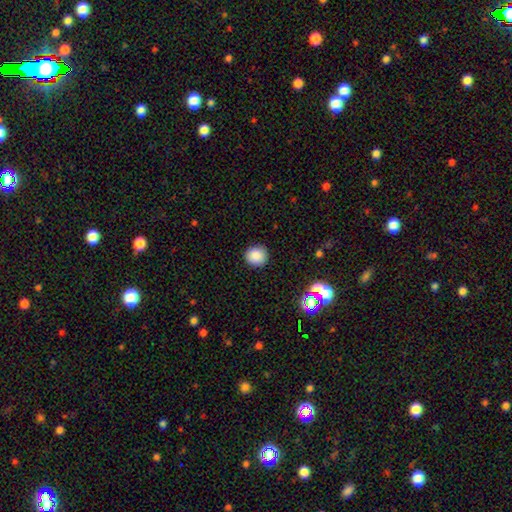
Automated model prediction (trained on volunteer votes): A smooth galaxy with no disk features (86%) that is round (88%). Merging: none (90%).